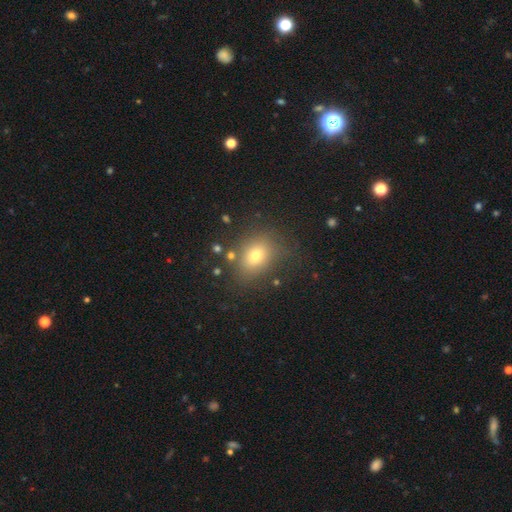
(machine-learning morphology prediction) Overall: smooth (71%). How rounded: in between (53%; round 46%). Merging: none (75%).